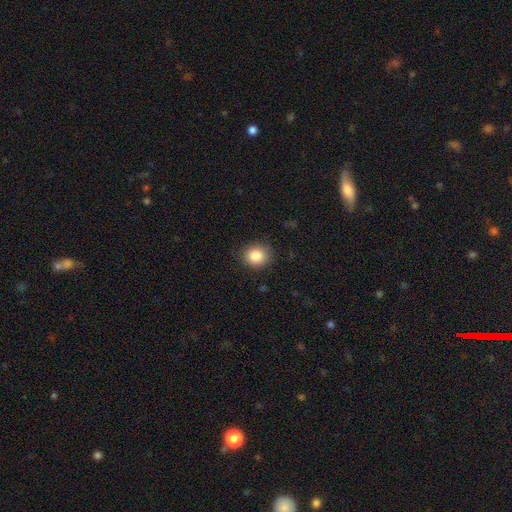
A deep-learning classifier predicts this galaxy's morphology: This appears to be a smooth galaxy with no disk features (85%) that is round (79%). Merging: none (85%).